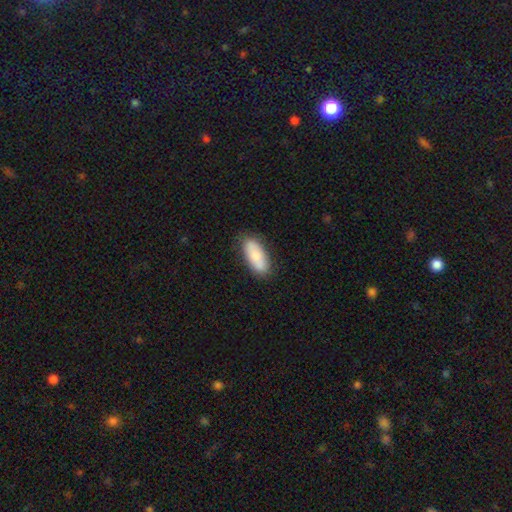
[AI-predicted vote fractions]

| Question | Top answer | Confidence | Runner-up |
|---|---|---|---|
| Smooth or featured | smooth | 78% | featured or disk (16%) |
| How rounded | in between | 83% | cigar-shaped (15%) |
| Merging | none | 81% | minor disturbance (14%) |